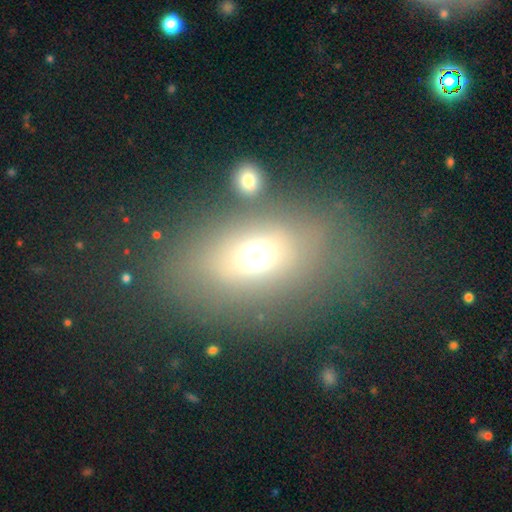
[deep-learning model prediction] Smooth or featured? smooth (67%)
How rounded? in between (66%)
Merging? none (60%)